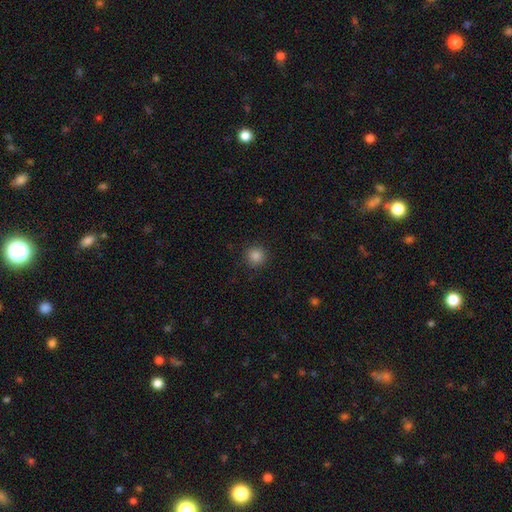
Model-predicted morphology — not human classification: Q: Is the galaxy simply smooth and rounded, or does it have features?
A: smooth — 85%.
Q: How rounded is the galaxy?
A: round — 95%.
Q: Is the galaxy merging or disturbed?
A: none — 91%.